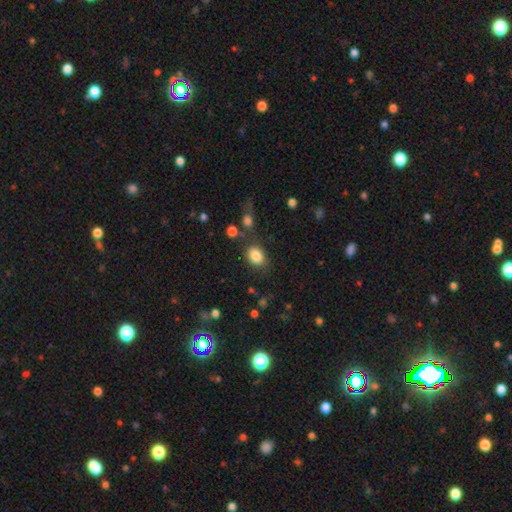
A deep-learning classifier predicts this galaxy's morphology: A smooth galaxy with no disk features (85%) that is in between round and cigar-shaped (63%).

Vote fractions:
- Smooth or featured? smooth: 85% / star or artifact: 9% / featured or disk: 6%
- How rounded? in between: 63% / round: 36% / cigar-shaped: 1%
- Merging? none: 74% / minor disturbance: 14% / merger: 6% / major disturbance: 6%